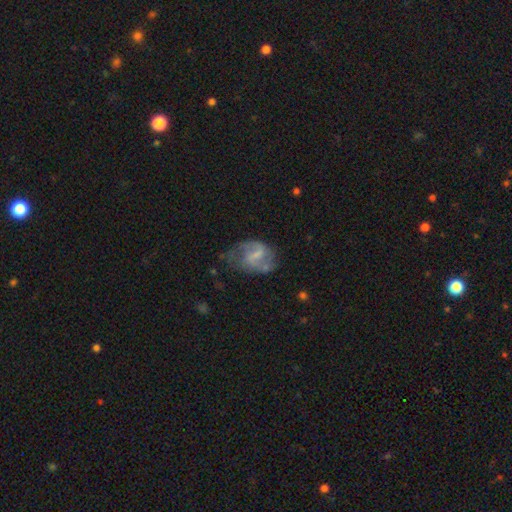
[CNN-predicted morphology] The model was most divided on "bulge size": small: 38%, none: 32%, moderate: 25%, large: 4%, dominant: 1%. Remaining: edge-on disk — no (98%); spiral arms — yes (79%); spiral arm count — 2 (71%); smooth or featured — featured or disk (66%); bar — weak (56%); spiral winding — medium (46%); merging — none (43%).